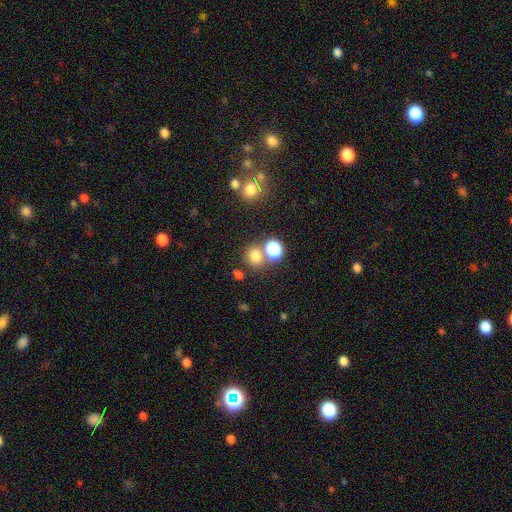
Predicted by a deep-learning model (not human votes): Smooth or featured: smooth — 73% (star or artifact — 20%)
How rounded: round — 78% (in between — 21%)
Merging: none — 67% (merger — 21%)